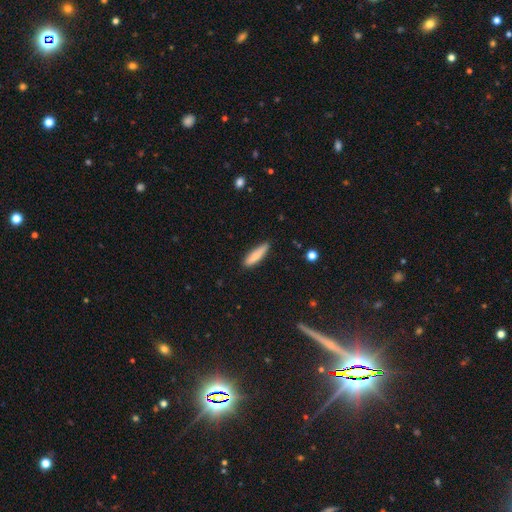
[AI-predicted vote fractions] Overall: smooth (81%). How rounded: cigar-shaped (74%). Merging: none (84%).